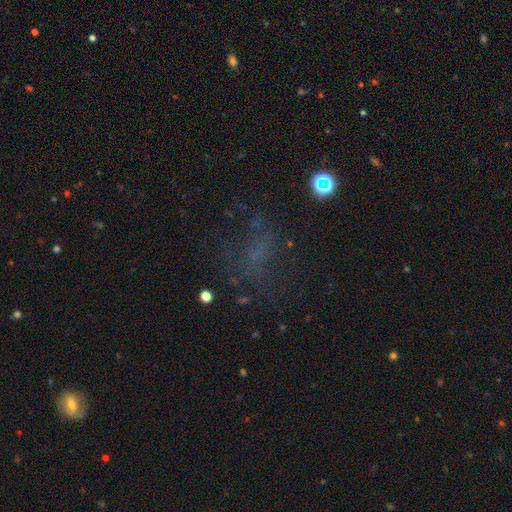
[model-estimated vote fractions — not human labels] smooth_or_featured: star or artifact (p=0.35) [tied with: smooth p=0.35]